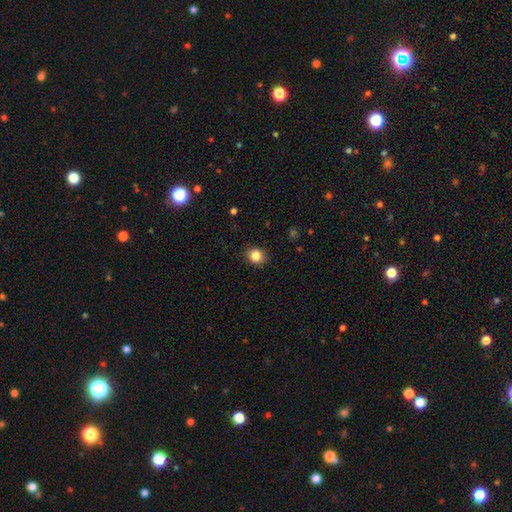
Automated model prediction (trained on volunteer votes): Smooth or featured? Predicted: smooth (p=0.85). How rounded? Predicted: round (p=0.82). Merging? Predicted: none (p=0.89).